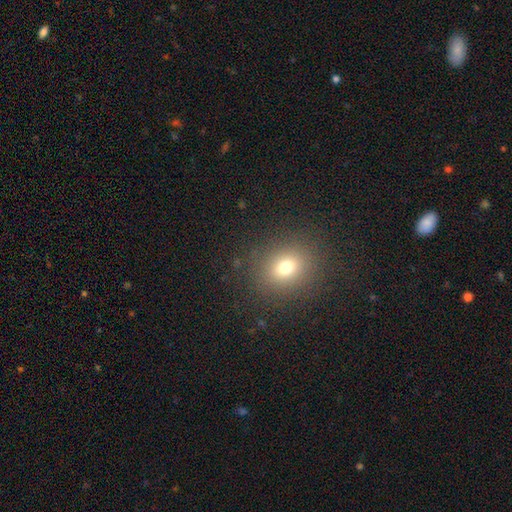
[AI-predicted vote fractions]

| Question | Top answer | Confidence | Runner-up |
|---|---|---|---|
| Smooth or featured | smooth | 69% | star or artifact (23%) |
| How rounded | round | 74% | in between (25%) |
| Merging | none | 91% | minor disturbance (6%) |